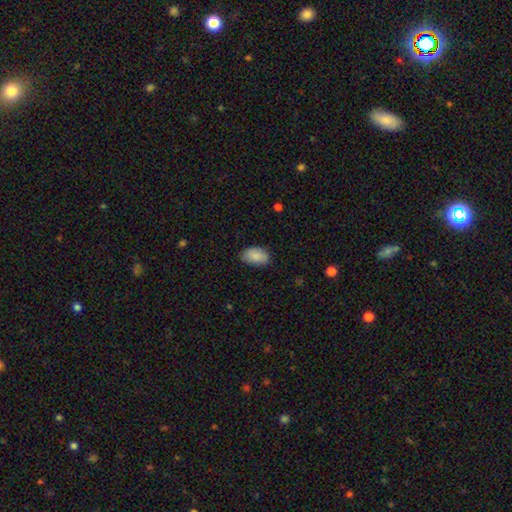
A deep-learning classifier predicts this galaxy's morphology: A smooth galaxy with no disk features (86%) that is in between round and cigar-shaped (93%). Merging: none (76%).